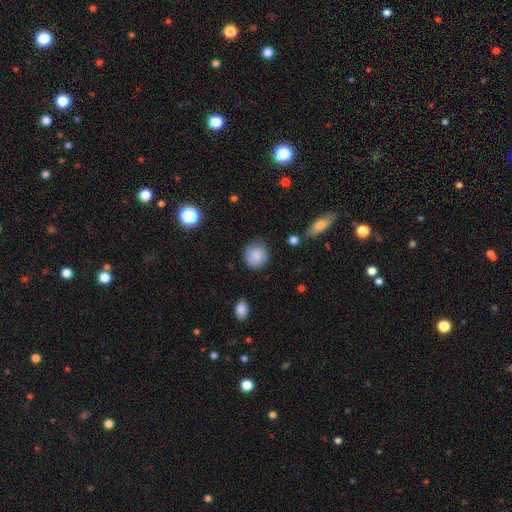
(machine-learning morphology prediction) smooth 85%, star or artifact 8%, featured or disk 7%. Down the decision tree: how rounded — round (87%); merging — none (78%).